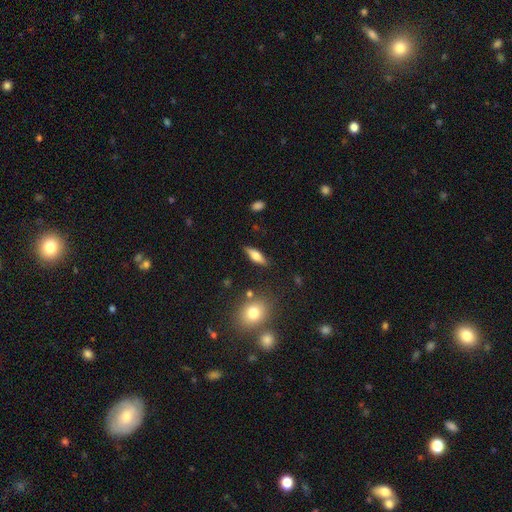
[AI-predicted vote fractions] Smooth or featured?
  - smooth: 58% *
  - featured or disk: 34%
  - star or artifact: 7%
How rounded?
  - in between: 53% *
  - cigar-shaped: 44%
  - round: 3%
Merging?
  - none: 84% *
  - minor disturbance: 11%
  - major disturbance: 3%
  - merger: 3%